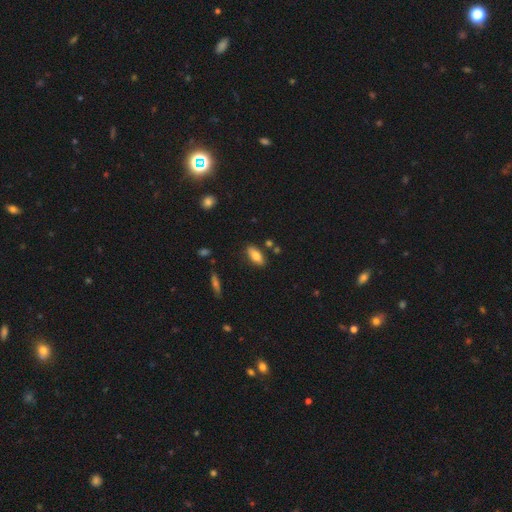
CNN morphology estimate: This appears to be a smooth galaxy with no disk features (79%) that is in between round and cigar-shaped (80%). Merging: none (81%).